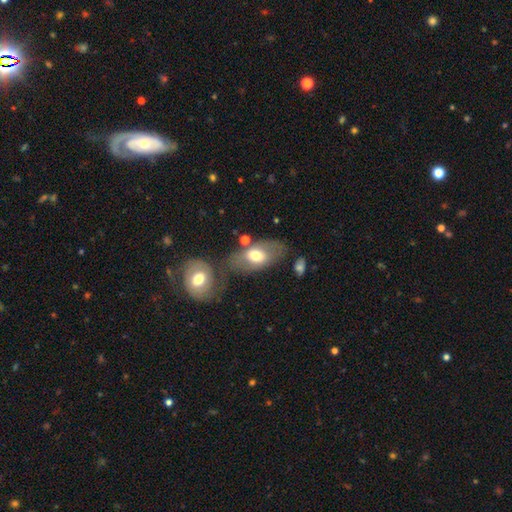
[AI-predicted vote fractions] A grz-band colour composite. It shows a smooth galaxy with no disk features (59%) that is in between round and cigar-shaped (88%). Merging: none (51%).